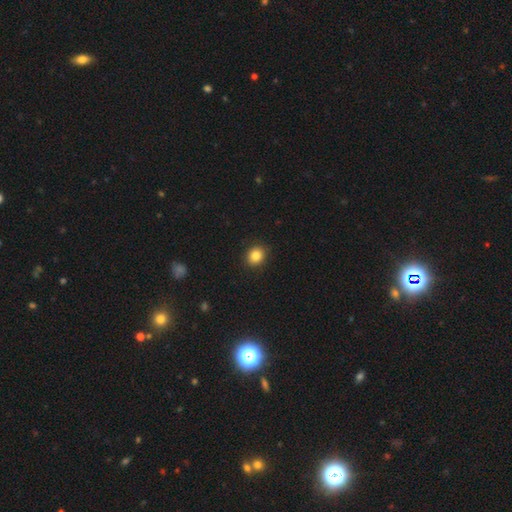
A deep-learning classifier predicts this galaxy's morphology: This appears to be a smooth galaxy with no disk features (84%) that is round (69%). Merging: none (90%).